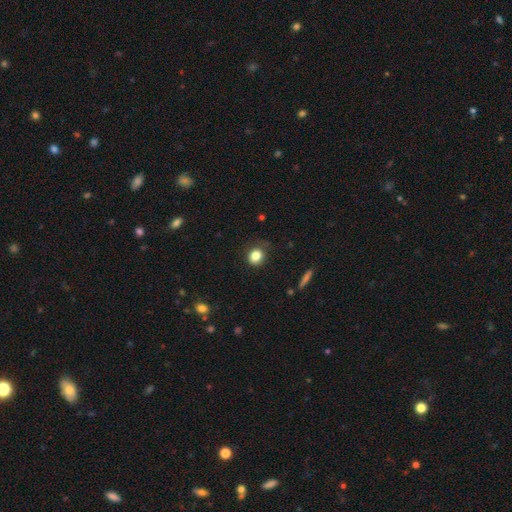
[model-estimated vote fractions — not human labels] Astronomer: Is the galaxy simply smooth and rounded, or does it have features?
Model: smooth — 83%.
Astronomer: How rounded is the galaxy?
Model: round — 79%.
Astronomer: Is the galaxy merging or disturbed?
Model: none — 76%.